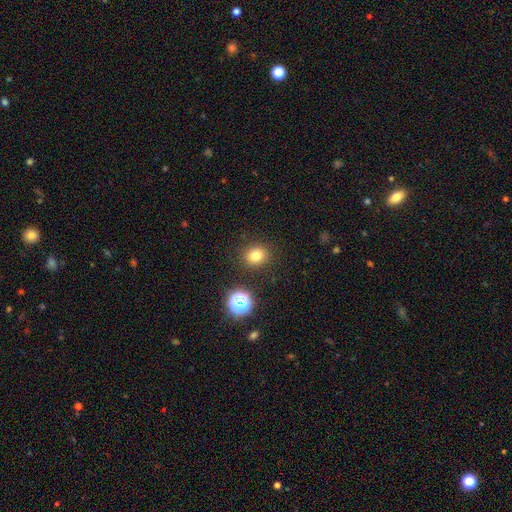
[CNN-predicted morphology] A smooth galaxy with no disk features (78%) that is round (77%).

Vote fractions:
- Smooth or featured? smooth: 78% / star or artifact: 15% / featured or disk: 7%
- How rounded? round: 77% / in between: 23% / cigar-shaped: 1%
- Merging? none: 88% / minor disturbance: 7% / major disturbance: 3% / merger: 2%